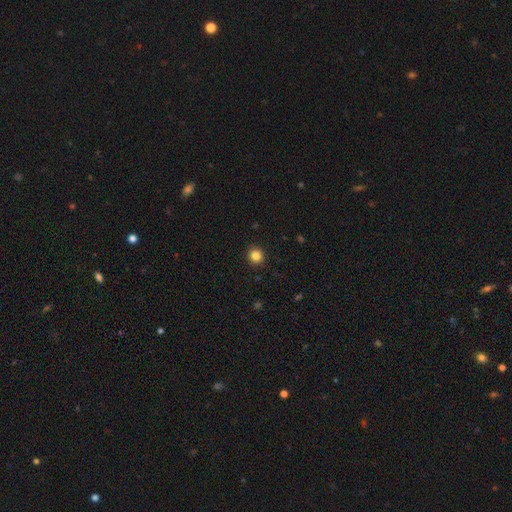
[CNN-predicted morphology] smooth 85%, star or artifact 11%, featured or disk 4%. Down the decision tree: how rounded — round (94%); merging — none (93%).